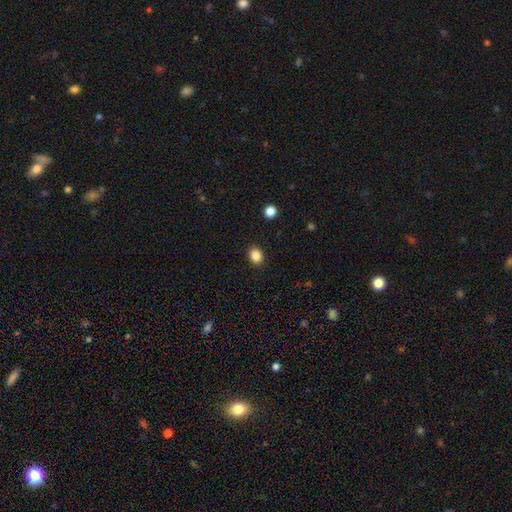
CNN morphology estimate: Smooth or featured? smooth (85%)
How rounded? round (63%)
Merging? none (90%)